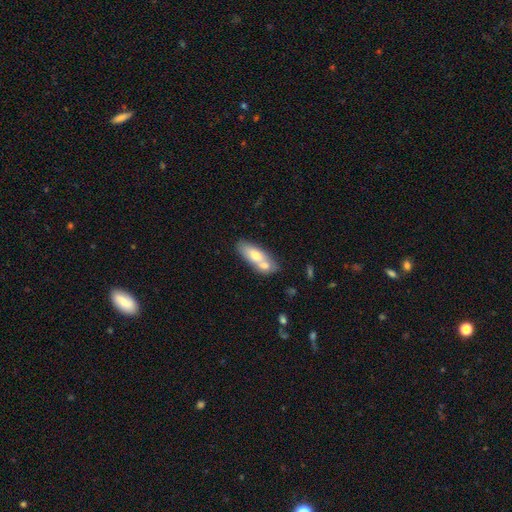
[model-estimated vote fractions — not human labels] Q: Smooth or featured?
A: smooth (64%); runner-up: featured or disk (29%)
Q: How rounded?
A: in between (70%); runner-up: cigar-shaped (26%)
Q: Merging?
A: merger (47%); runner-up: none (38%)